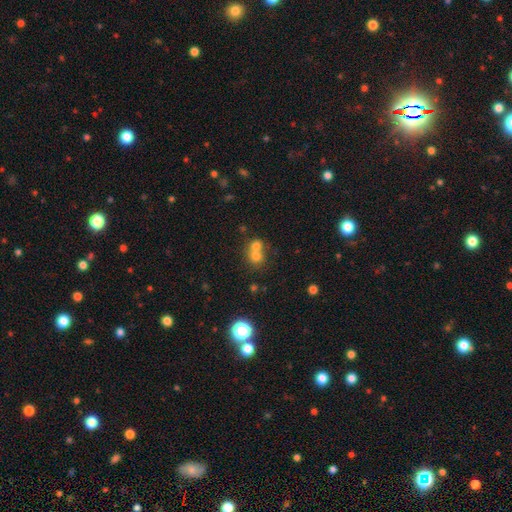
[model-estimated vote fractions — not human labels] smooth_or_featured: smooth (p=0.70) [alt: featured or disk p=0.15]
how_rounded: round (p=0.77) [alt: in between p=0.22]
merging: merger (p=0.64) [alt: none p=0.29]